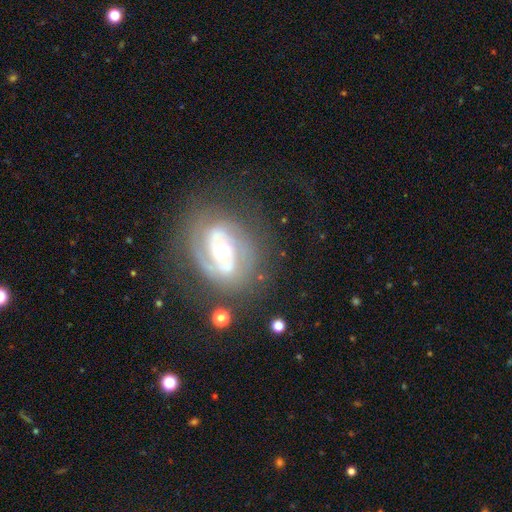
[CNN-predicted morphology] Overall: featured or disk (81%). Edge-on disk: no (96%). Bar: no (39%; weak 35%). Spiral arms: yes (81%). Spiral arm count: 2 (68%). Spiral winding: tight (46%; medium 38%). Bulge size: moderate (67%). Merging: none (71%).